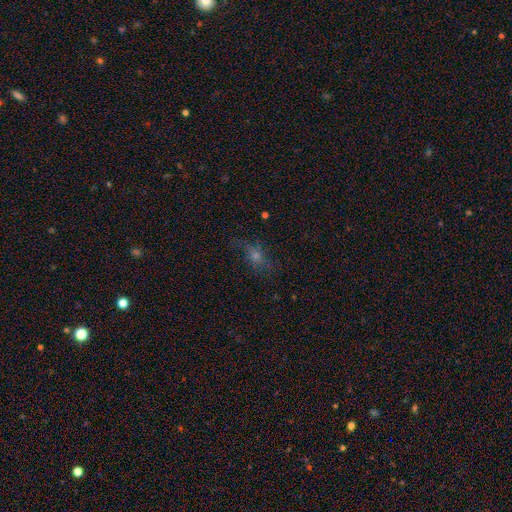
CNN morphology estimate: Smooth or featured? Predicted: smooth (p=0.39). Merging? Predicted: none (p=0.64).